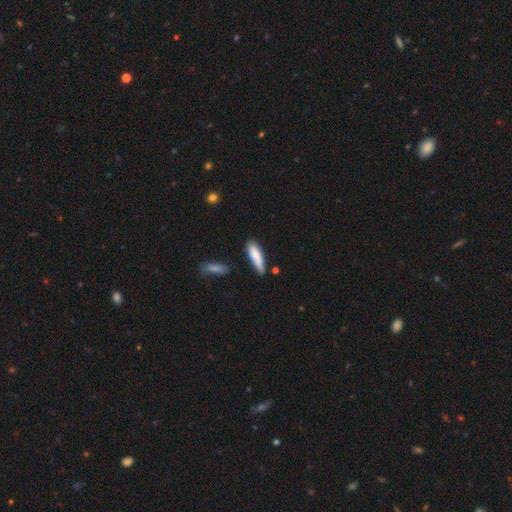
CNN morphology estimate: Q: Smooth or featured?
A: smooth (79%); runner-up: featured or disk (15%)
Q: How rounded?
A: cigar-shaped (59%); runner-up: in between (40%)
Q: Merging?
A: none (65%); runner-up: minor disturbance (25%)